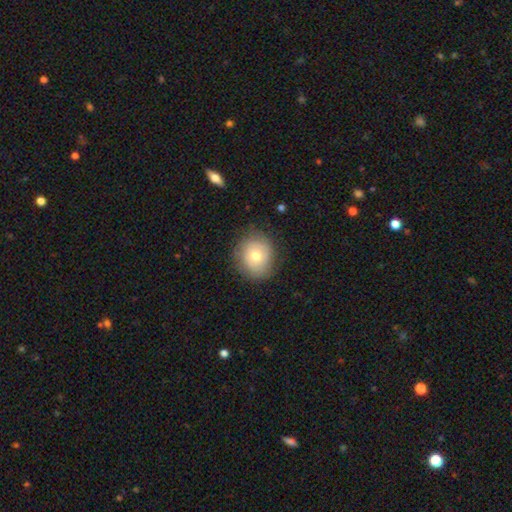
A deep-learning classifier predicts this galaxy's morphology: type=smooth (69%); roundness=round (80%); merging=none (79%).